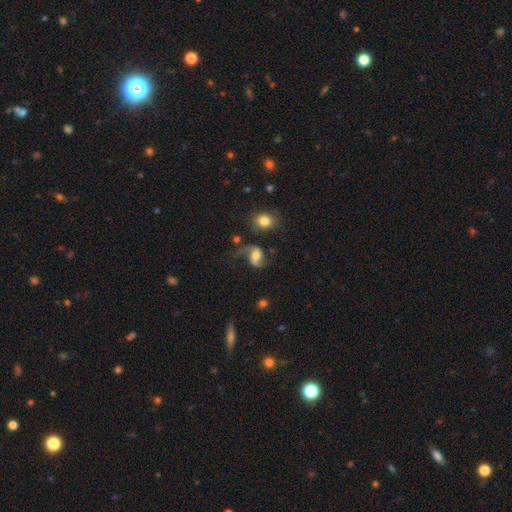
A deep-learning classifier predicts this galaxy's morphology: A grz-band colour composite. It shows a featured or disk galaxy (69%) with no bar (41%), 2 (84%) loose (73%) spiral arms (92%) and a moderate central bulge (50%). Merging: none (50%).